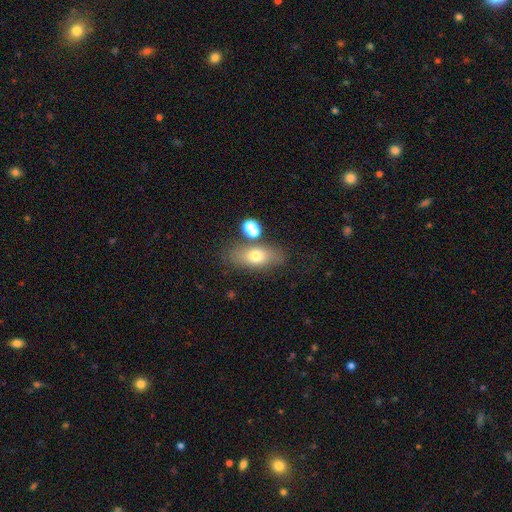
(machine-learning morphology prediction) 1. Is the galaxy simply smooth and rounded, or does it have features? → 68% smooth, 23% featured or disk, 9% star or artifact.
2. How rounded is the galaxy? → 74% in between, 17% cigar-shaped, 10% round.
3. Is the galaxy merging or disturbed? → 65% none, 15% merger, 14% minor disturbance, 6% major disturbance.